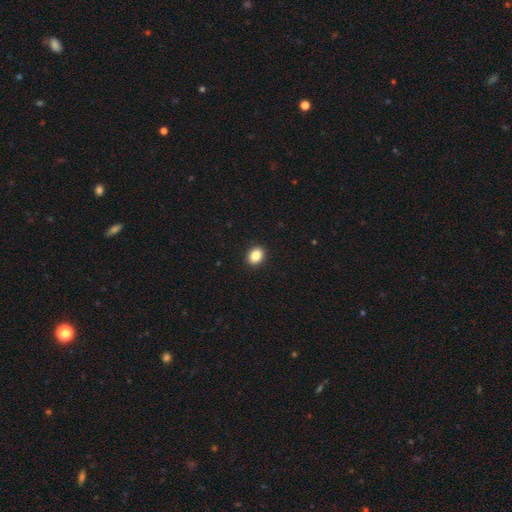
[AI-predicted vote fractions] smooth 86%, star or artifact 9%, featured or disk 5%. Down the decision tree: how rounded — in between (56%); merging — none (92%).